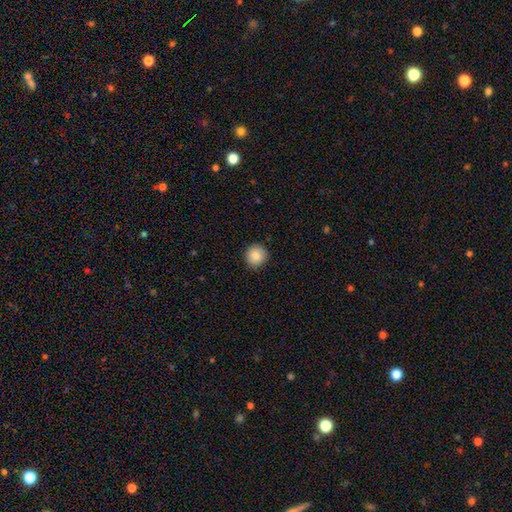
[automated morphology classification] smooth_or_featured: smooth (p=0.86) [alt: star or artifact p=0.08]
how_rounded: round (p=0.92) [alt: in between p=0.07]
merging: none (p=0.89) [alt: minor disturbance p=0.08]